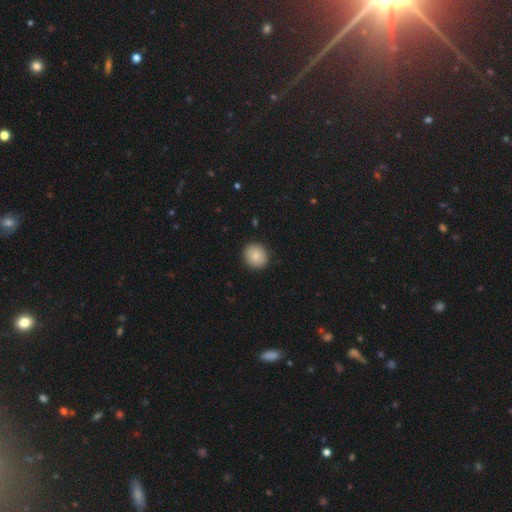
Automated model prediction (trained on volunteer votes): A smooth galaxy with no disk features (84%) that is round (85%).

Vote fractions:
- Smooth or featured? smooth: 84% / featured or disk: 8% / star or artifact: 8%
- How rounded? round: 85% / in between: 14% / cigar-shaped: 1%
- Merging? none: 90% / minor disturbance: 7% / major disturbance: 2% / merger: 1%